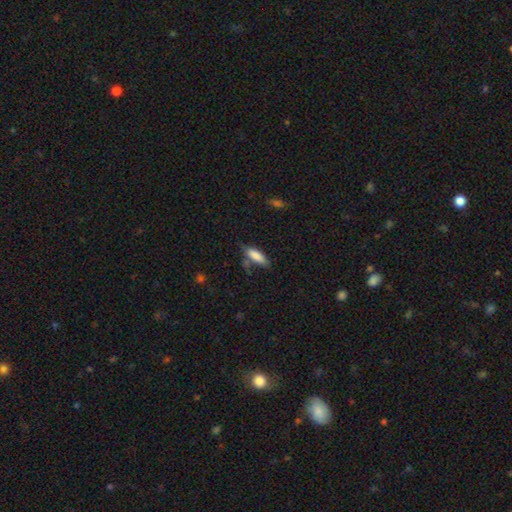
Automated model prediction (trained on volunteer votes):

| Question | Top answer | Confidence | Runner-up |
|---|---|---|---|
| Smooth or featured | smooth | 82% | featured or disk (11%) |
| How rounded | in between | 56% | cigar-shaped (42%) |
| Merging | none | 60% | minor disturbance (24%) |